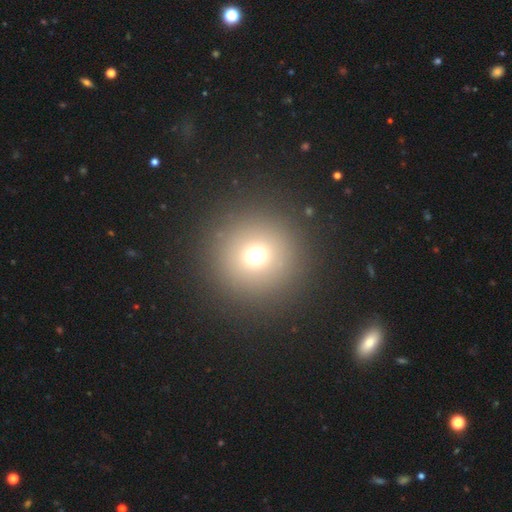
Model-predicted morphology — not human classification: This appears to be a smooth galaxy with no disk features (70%) that is round (96%). Merging: none (91%).